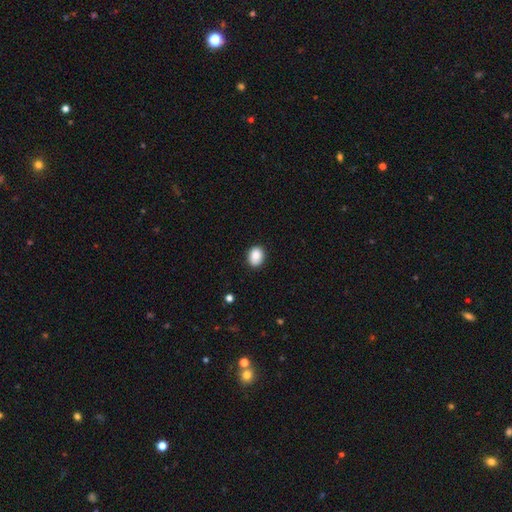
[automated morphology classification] The model was most divided on "how rounded": in between: 53%, round: 46%, cigar-shaped: 1%. More confident: smooth or featured — smooth (88%); merging — none (86%).